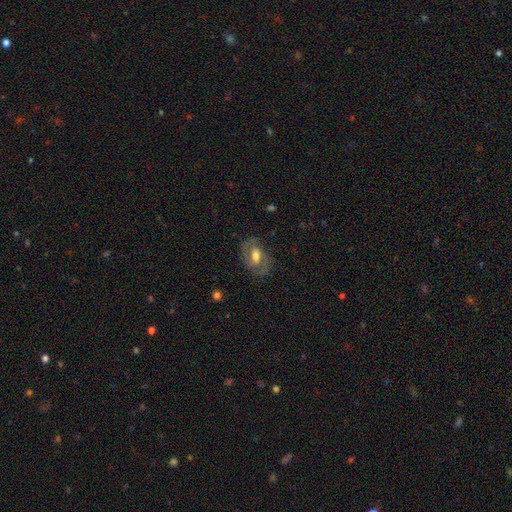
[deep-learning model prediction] Smooth or featured: featured or disk — 65% (smooth — 29%)
Edge-on disk: no — 94% (yes — 6%)
Bar: weak — 42% (no — 40%)
Spiral arms: yes — 67% (no — 33%)
Bulge size: moderate — 62% (large — 21%)
Merging: none — 72% (minor disturbance — 18%)